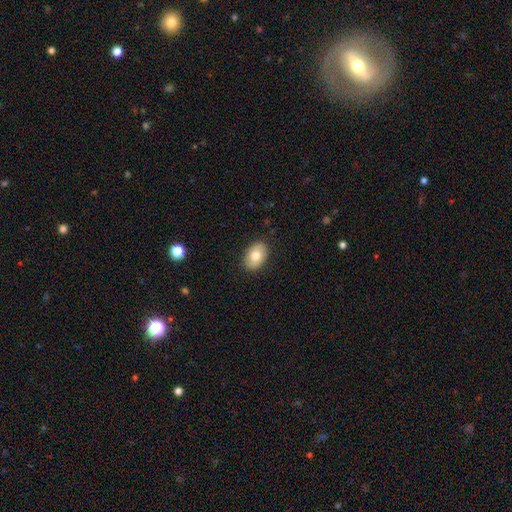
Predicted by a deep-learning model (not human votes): This is likely a smooth galaxy (75%). How rounded: clearly in between (80%). Merging: clearly none (87%).